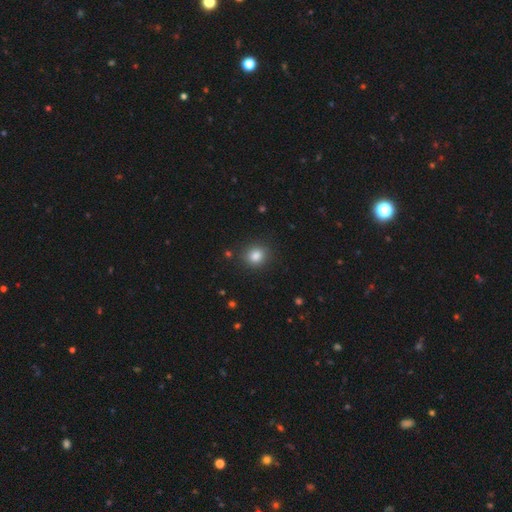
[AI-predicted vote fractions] smooth 84%, star or artifact 11%, featured or disk 5%. Down the decision tree: how rounded — round (77%); merging — none (87%).